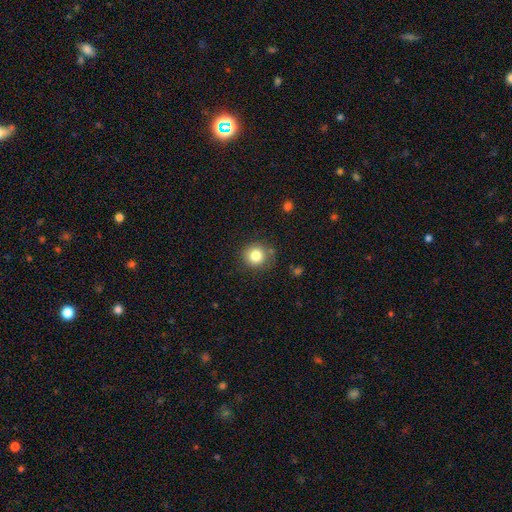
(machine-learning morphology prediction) This appears to be a smooth galaxy with no disk features (81%) that is round (91%). Merging: none (81%).